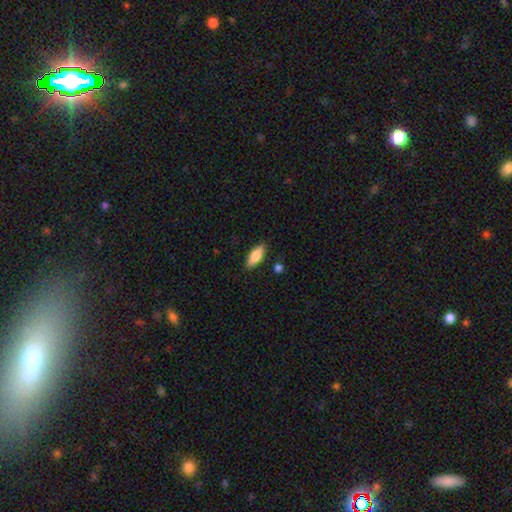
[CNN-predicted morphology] type=smooth (76%); roundness=in between (73%); merging=none (86%).